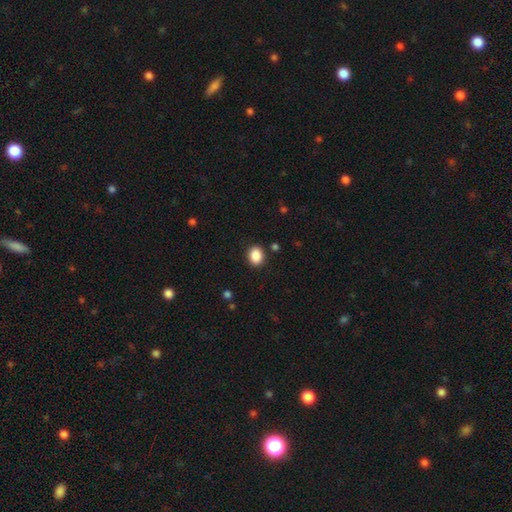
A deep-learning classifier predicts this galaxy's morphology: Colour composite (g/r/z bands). It shows a smooth galaxy with no disk features (88%) that is in between round and cigar-shaped (54%). Merging: none (89%).